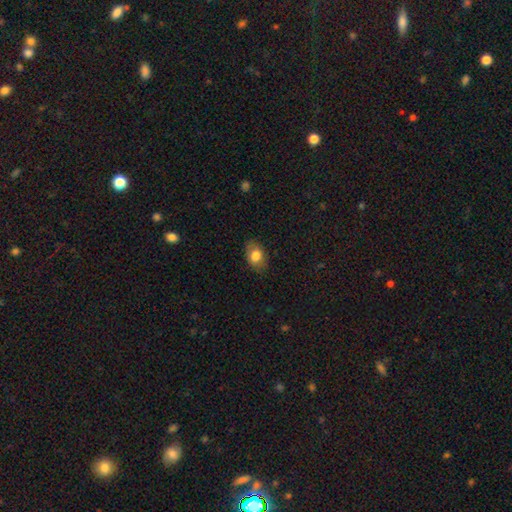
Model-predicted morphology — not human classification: smooth-or-featured: smooth: 79% | featured or disk: 13% | star or artifact: 8%
  how-rounded: in between: 80% | round: 19% | cigar-shaped: 1%
  merging: none: 80% | minor disturbance: 15% | major disturbance: 4% | merger: 1%